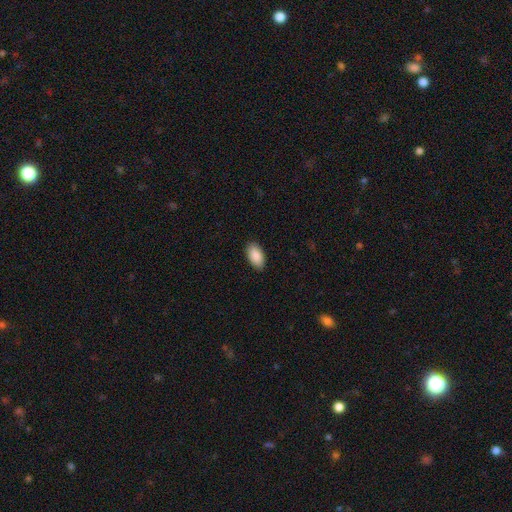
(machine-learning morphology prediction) A smooth galaxy with no disk features (89%) that is in between round and cigar-shaped (95%). Merging: none (88%).